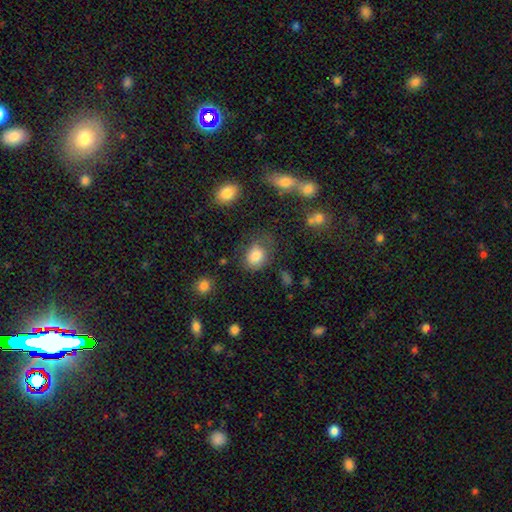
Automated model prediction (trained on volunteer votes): Overall: smooth (81%). How rounded: round (51%; in between 48%). Merging: none (61%; minor disturbance 24%).